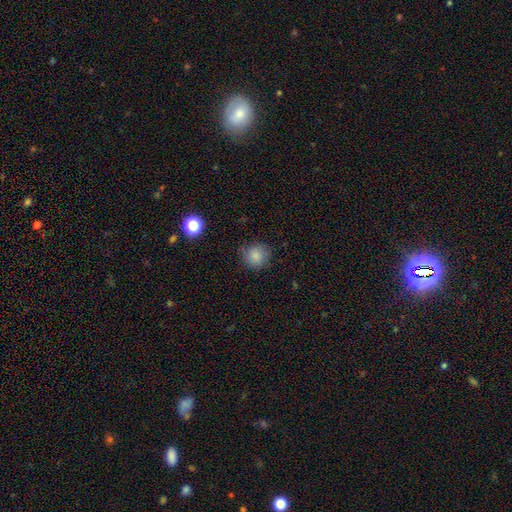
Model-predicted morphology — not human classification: This appears to be a smooth galaxy with no disk features (83%) that is round (88%). Merging: none (78%).